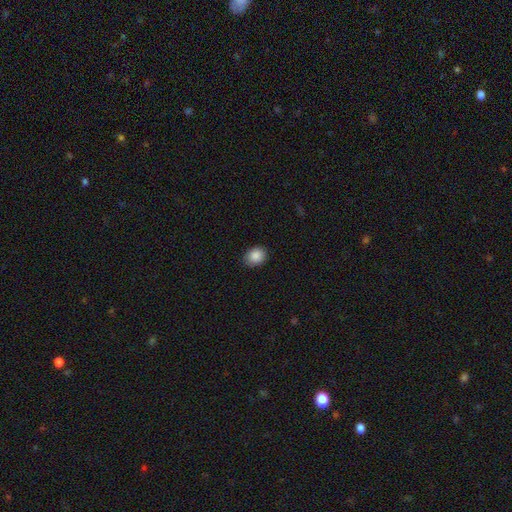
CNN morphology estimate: Smooth or featured? smooth (88%)
How rounded? in between (57%)
Merging? none (84%)